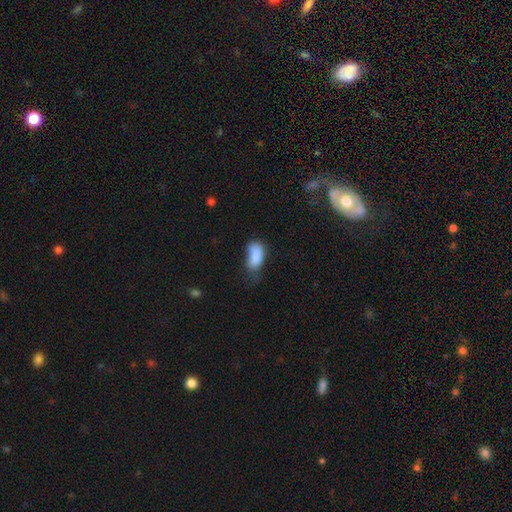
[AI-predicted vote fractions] Smooth or featured? Predicted: smooth (p=0.83). How rounded? Predicted: in between (p=0.91). Merging? Predicted: minor disturbance (p=0.39).